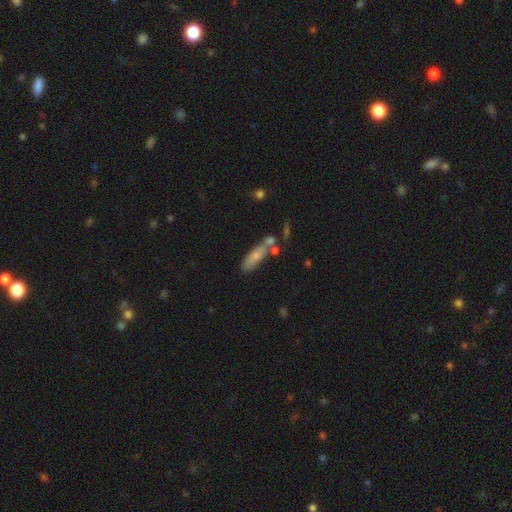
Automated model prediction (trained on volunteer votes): This appears to be a smooth galaxy with no disk features (72%) that is in between round and cigar-shaped (50%). Merging: none (52%).